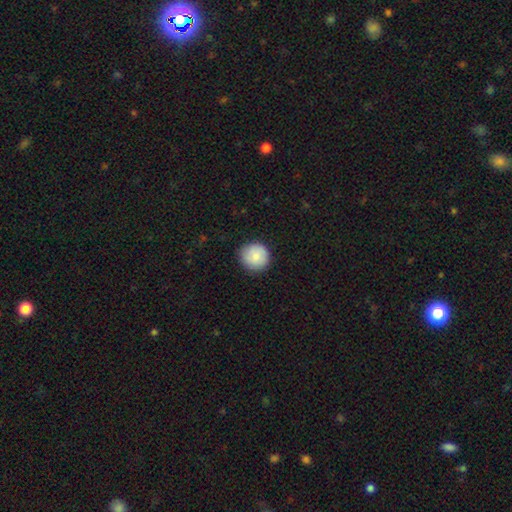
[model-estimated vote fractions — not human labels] Q: Smooth or featured?
A: smooth (84%); runner-up: featured or disk (9%)
Q: How rounded?
A: round (94%); runner-up: in between (5%)
Q: Merging?
A: none (88%); runner-up: minor disturbance (9%)